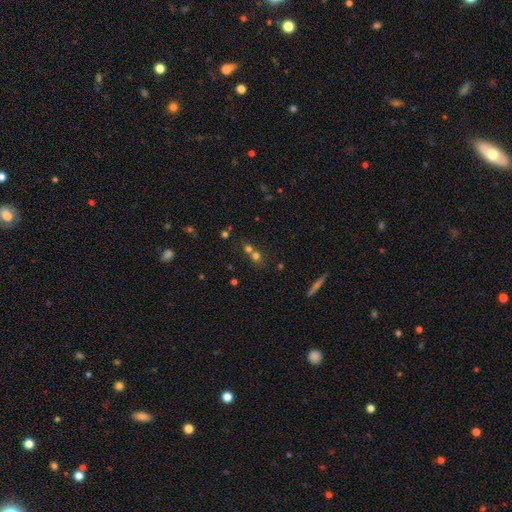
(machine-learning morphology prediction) Q: Smooth or featured?
A: smooth (62%); runner-up: star or artifact (23%)
Q: How rounded?
A: round (76%); runner-up: in between (21%)
Q: Merging?
A: merger (51%); runner-up: none (40%)